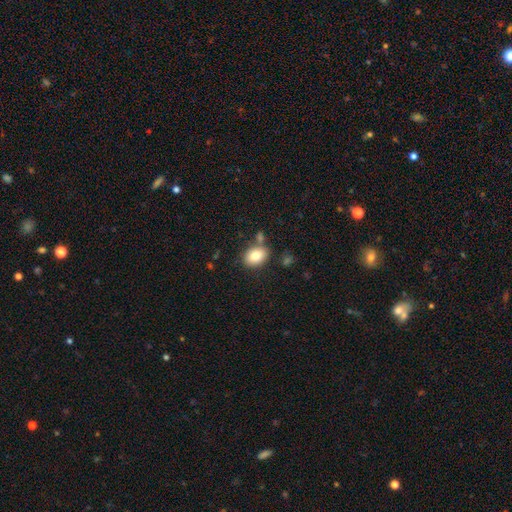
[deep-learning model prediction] Smooth or featured: smooth — 82% (featured or disk — 10%)
How rounded: in between — 78% (round — 21%)
Merging: none — 72% (minor disturbance — 13%)